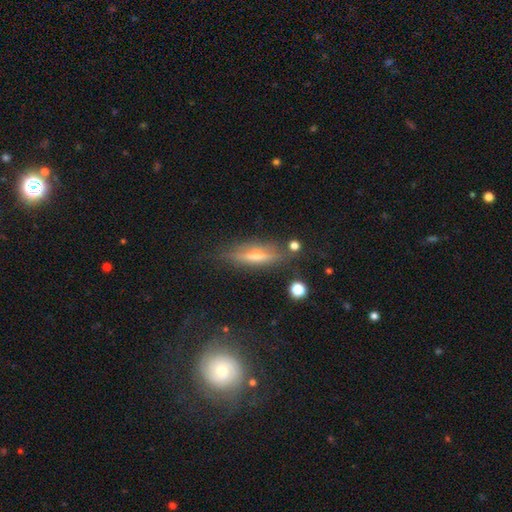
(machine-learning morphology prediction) Smooth or featured? featured or disk (60%)
Edge-on disk? yes (90%)
Edge-on bulge? rounded (67%)
Merging? none (77%)